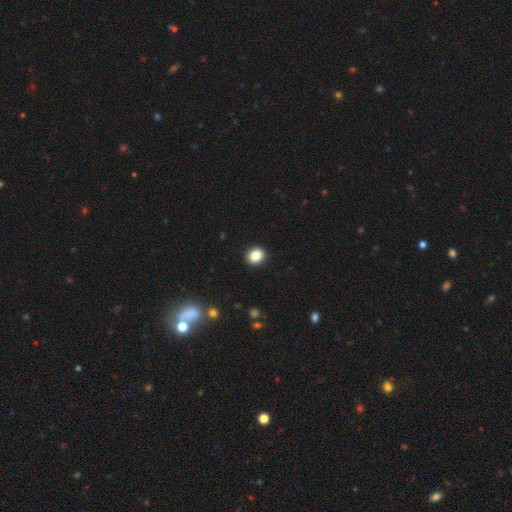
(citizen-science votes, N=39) smooth-or-featured: smooth: 87% | star or artifact: 8% | featured or disk: 5%
  how-rounded: round: 88% | in between: 12% | cigar-shaped: 0%
  merging: none: 89% | minor disturbance: 8% | major disturbance: 3% | merger: 0%